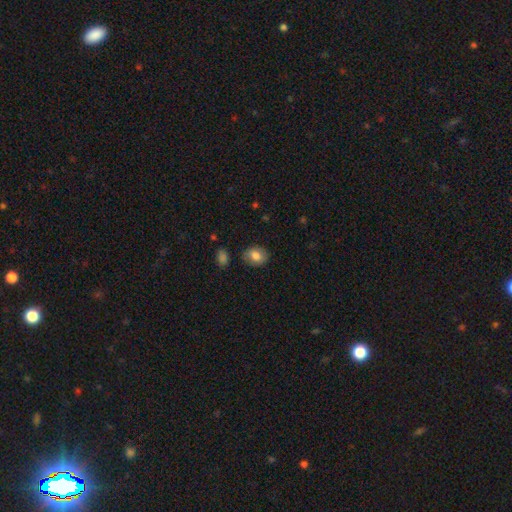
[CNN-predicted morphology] Q: Smooth or featured?
A: smooth (79%); runner-up: featured or disk (13%)
Q: How rounded?
A: in between (58%); runner-up: round (41%)
Q: Merging?
A: none (82%); runner-up: minor disturbance (13%)